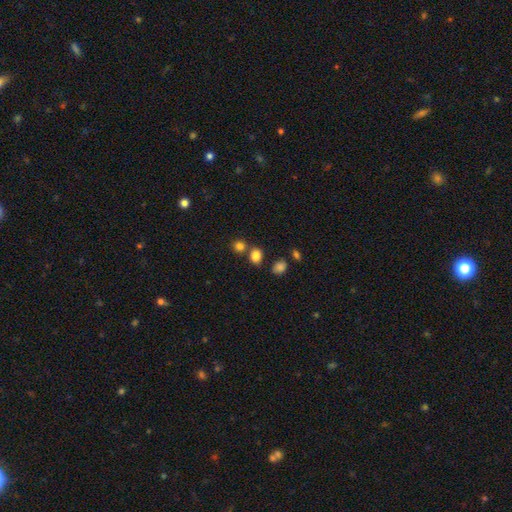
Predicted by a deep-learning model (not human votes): Smooth or featured?
  - smooth: 82% *
  - star or artifact: 13%
  - featured or disk: 5%
How rounded?
  - round: 60% *
  - in between: 39%
  - cigar-shaped: 1%
Merging?
  - none: 64% *
  - merger: 22%
  - minor disturbance: 10%
  - major disturbance: 4%